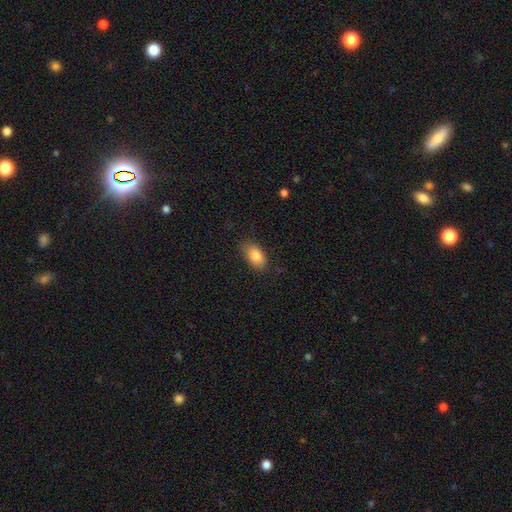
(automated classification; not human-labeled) The model was most divided on "merging": none: 81%, minor disturbance: 14%, major disturbance: 3%, merger: 1%. More confident: how rounded — in between (90%); smooth or featured — smooth (84%).